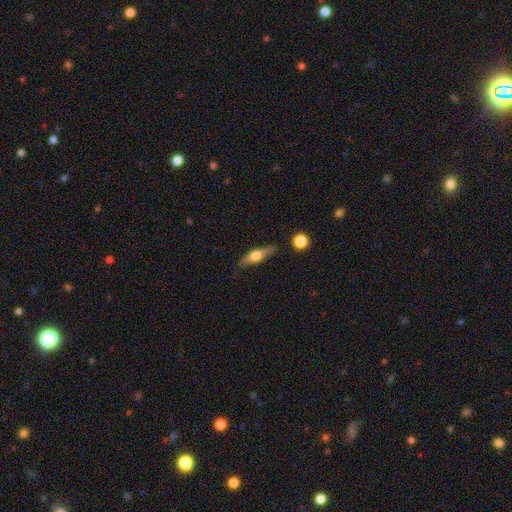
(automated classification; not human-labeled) smooth_or_featured: featured or disk (p=0.57) [alt: smooth p=0.36]
disk_edge_on: yes (p=0.94) [alt: no p=0.06]
edge_on_bulge: rounded (p=0.93) [alt: boxy p=0.05]
merging: none (p=0.84) [alt: minor disturbance p=0.11]